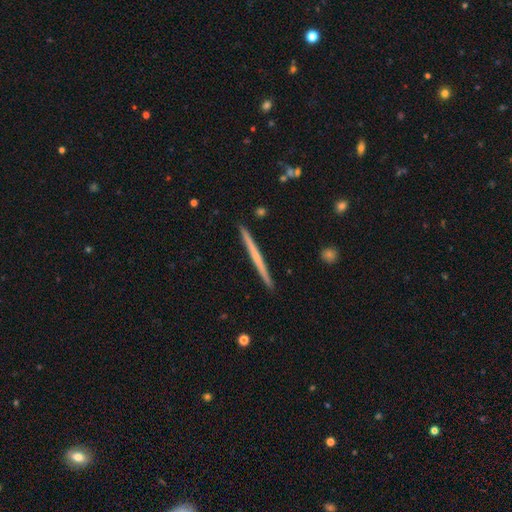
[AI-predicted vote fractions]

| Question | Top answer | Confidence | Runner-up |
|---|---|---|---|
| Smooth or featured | featured or disk | 53% | smooth (42%) |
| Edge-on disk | yes | 98% | no (2%) |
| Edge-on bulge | none | 85% | rounded (11%) |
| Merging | none | 93% | minor disturbance (5%) |